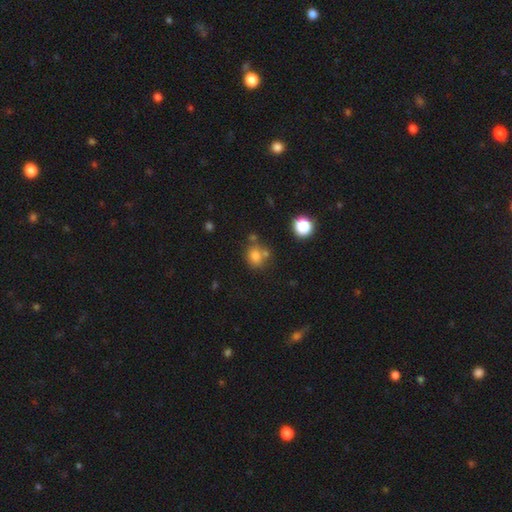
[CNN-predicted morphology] A smooth galaxy with no disk features (76%) that is round (76%).

Vote fractions:
- Smooth or featured? smooth: 76% / star or artifact: 15% / featured or disk: 9%
- How rounded? round: 76% / in between: 23% / cigar-shaped: 1%
- Merging? none: 62% / merger: 20% / minor disturbance: 13% / major disturbance: 5%